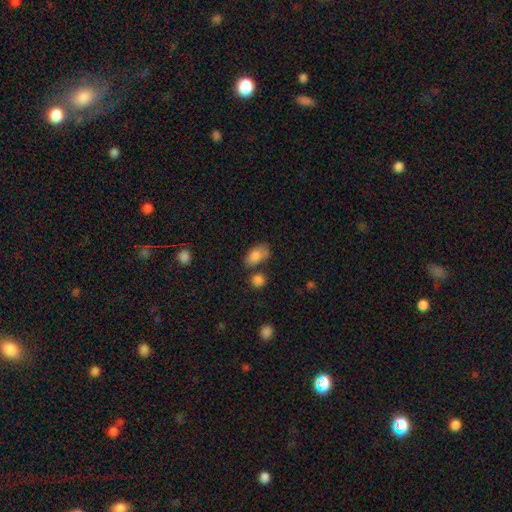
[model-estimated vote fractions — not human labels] A smooth galaxy with no disk features (83%) that is in between round and cigar-shaped (89%).

Vote fractions:
- Smooth or featured? smooth: 83% / featured or disk: 9% / star or artifact: 8%
- How rounded? in between: 89% / round: 9% / cigar-shaped: 2%
- Merging? none: 59% / minor disturbance: 21% / merger: 13% / major disturbance: 6%